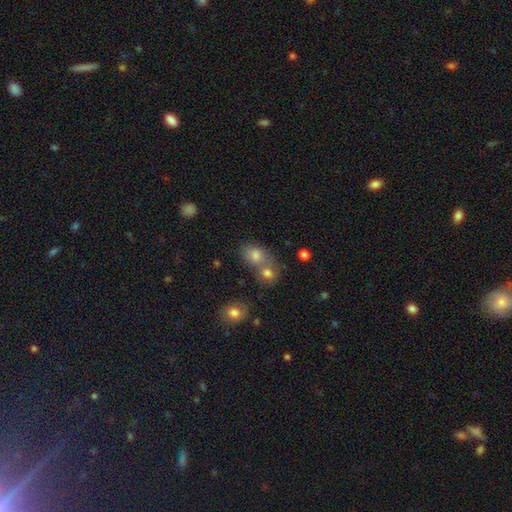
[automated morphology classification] smooth_or_featured: smooth (p=0.71) [alt: star or artifact p=0.17]
how_rounded: in between (p=0.50) [alt: round p=0.48]
merging: merger (p=0.49) [alt: none p=0.39]